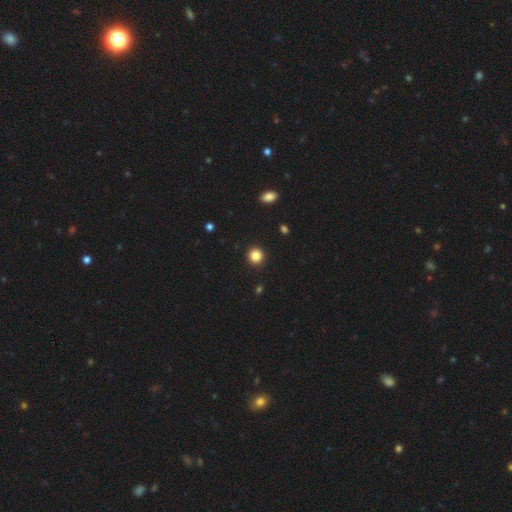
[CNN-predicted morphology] A smooth galaxy with no disk features (85%) that is round (92%). Merging: none (93%).